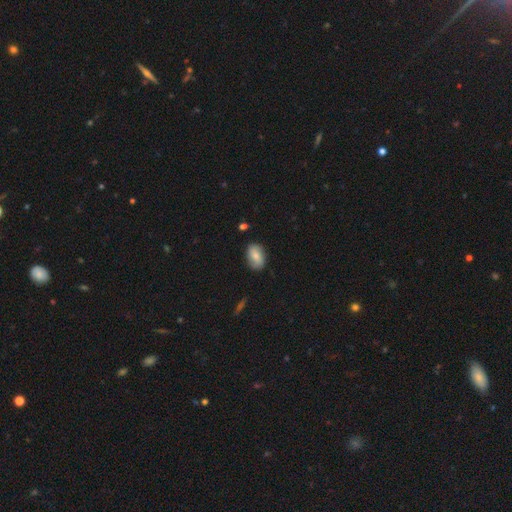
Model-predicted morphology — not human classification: Smooth or featured?
  - smooth: 78% *
  - featured or disk: 15%
  - star or artifact: 7%
How rounded?
  - in between: 89% *
  - round: 9%
  - cigar-shaped: 2%
Merging?
  - none: 82% *
  - minor disturbance: 14%
  - major disturbance: 3%
  - merger: 2%